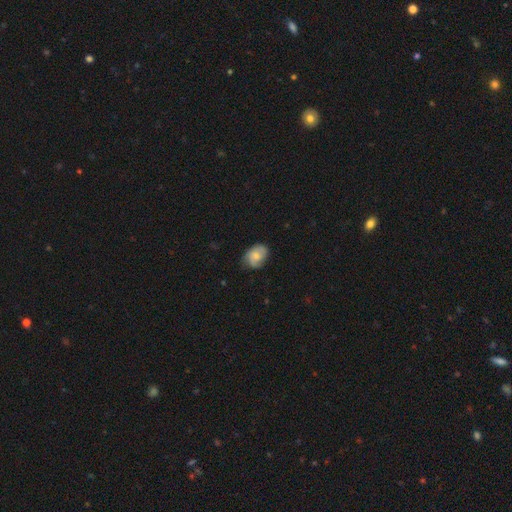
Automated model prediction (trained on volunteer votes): Smooth or featured? smooth (63%)
How rounded? in between (72%)
Merging? none (60%)